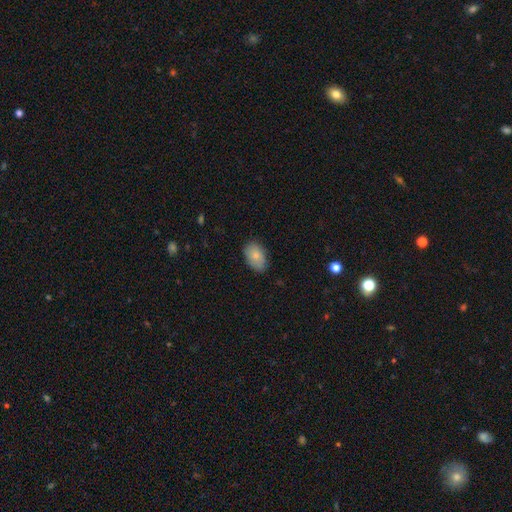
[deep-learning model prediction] smooth 83%, featured or disk 11%, star or artifact 7%. Down the decision tree: how rounded — in between (91%); merging — none (82%).